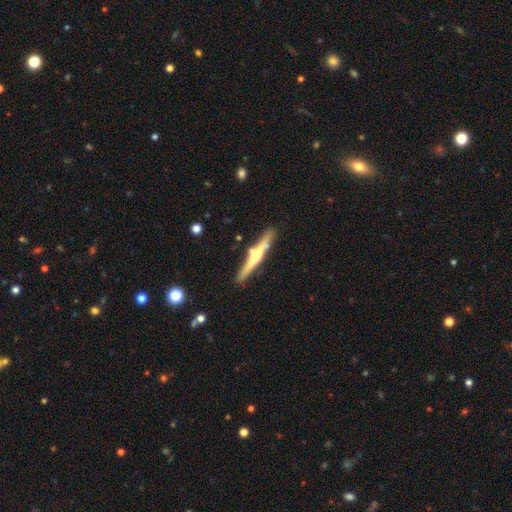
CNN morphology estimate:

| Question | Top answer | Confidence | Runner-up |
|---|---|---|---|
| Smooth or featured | featured or disk | 65% | smooth (30%) |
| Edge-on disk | yes | 97% | no (3%) |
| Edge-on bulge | rounded | 84% | none (12%) |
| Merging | none | 81% | minor disturbance (11%) |